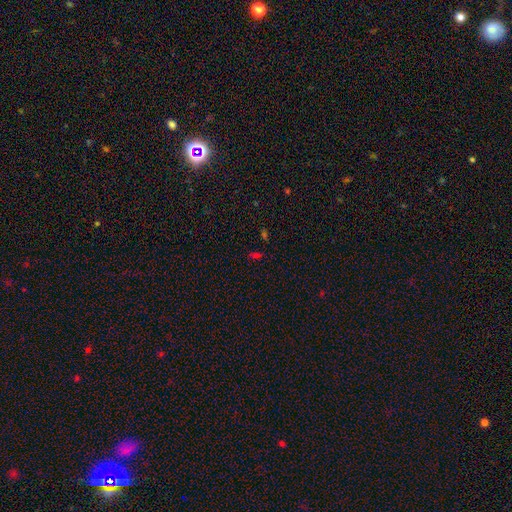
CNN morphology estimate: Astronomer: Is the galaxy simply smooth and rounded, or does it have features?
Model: smooth — 46% (runner-up: star or artifact, 42%).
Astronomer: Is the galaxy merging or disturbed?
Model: none — 74%.